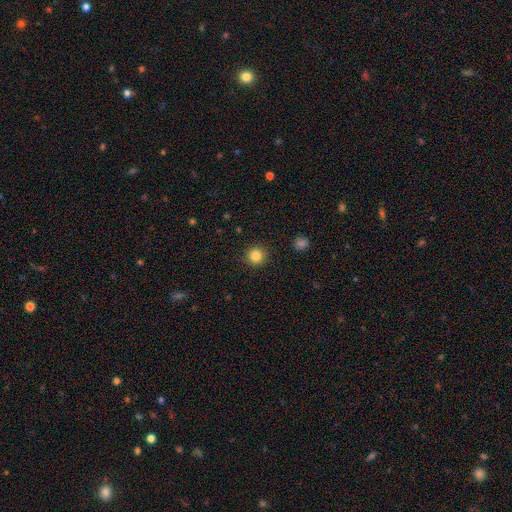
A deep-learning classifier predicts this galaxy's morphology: Smooth or featured? smooth (84%)
How rounded? round (95%)
Merging? none (92%)